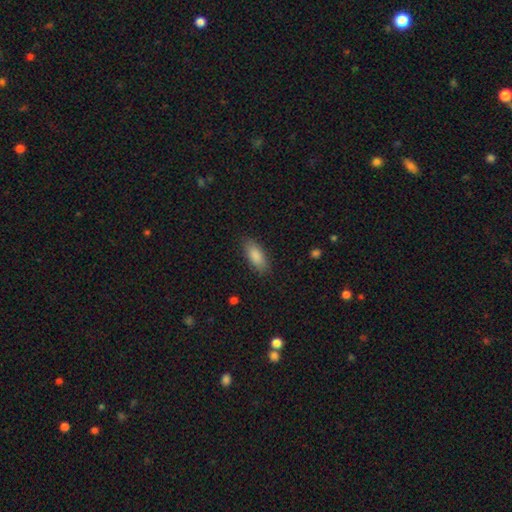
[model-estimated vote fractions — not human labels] This is clearly a smooth galaxy (87%). How rounded: clearly in between (81%). Merging: clearly none (86%).